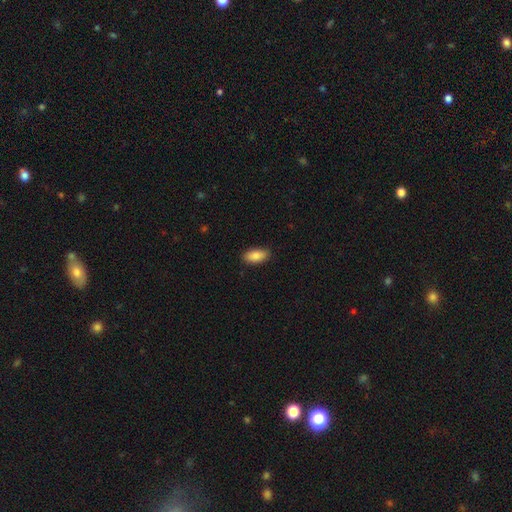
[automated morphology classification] A smooth galaxy with no disk features (87%) that is in between round and cigar-shaped (89%).

Vote fractions:
- Smooth or featured? smooth: 87% / featured or disk: 7% / star or artifact: 6%
- How rounded? in between: 89% / cigar-shaped: 9% / round: 2%
- Merging? none: 88% / minor disturbance: 9% / major disturbance: 2% / merger: 1%